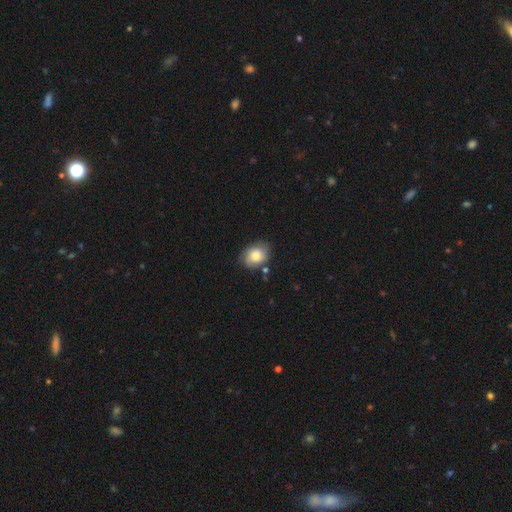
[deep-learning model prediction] This appears to be a smooth galaxy with no disk features (62%) that is in between round and cigar-shaped (58%). Merging: none (67%).